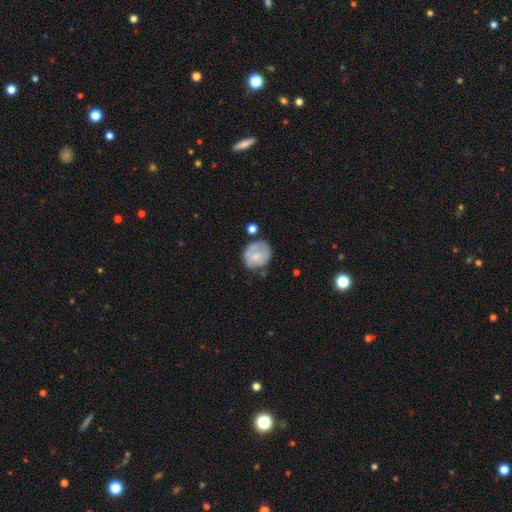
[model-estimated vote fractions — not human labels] Smooth or featured?
  - smooth: 65% *
  - featured or disk: 28%
  - star or artifact: 7%
How rounded?
  - round: 76% *
  - in between: 23%
  - cigar-shaped: 1%
Merging?
  - none: 56% *
  - minor disturbance: 28%
  - major disturbance: 9%
  - merger: 7%